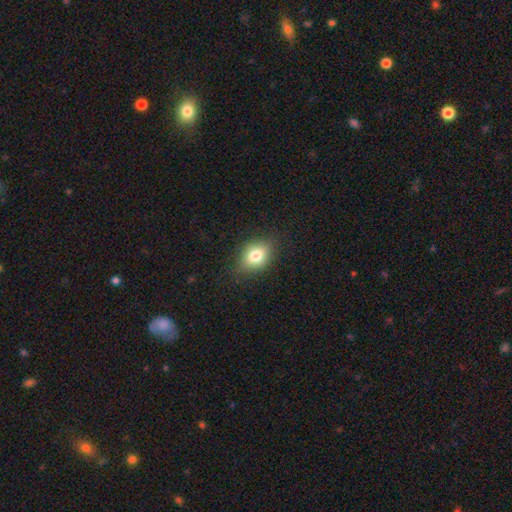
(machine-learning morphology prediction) This is likely a smooth galaxy (77%). How rounded: likely in between (65%). Merging: clearly none (82%).